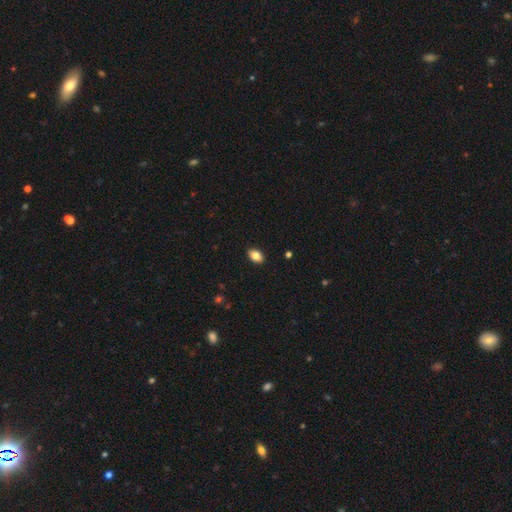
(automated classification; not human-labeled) Smooth or featured? smooth (84%)
How rounded? in between (88%)
Merging? none (90%)